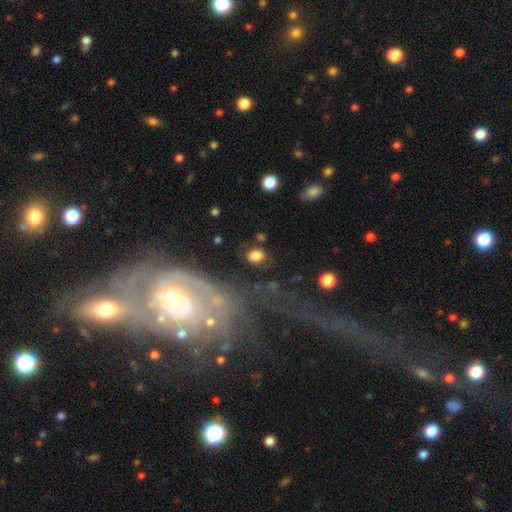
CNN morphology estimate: Q: Smooth or featured?
A: smooth (81%); runner-up: star or artifact (10%)
Q: How rounded?
A: in between (53%); runner-up: round (45%)
Q: Merging?
A: none (81%); runner-up: minor disturbance (11%)